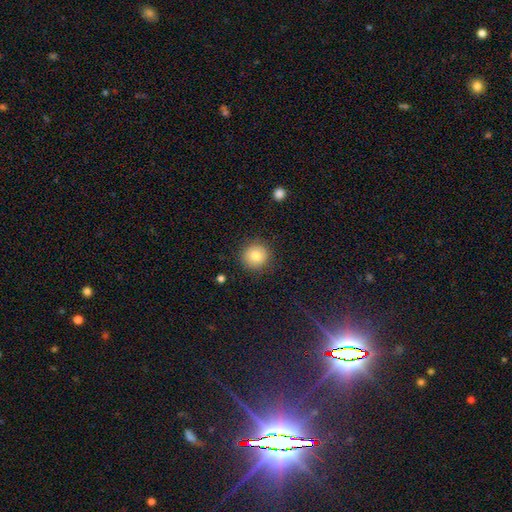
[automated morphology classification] type=smooth (78%); roundness=round (93%); merging=none (89%).